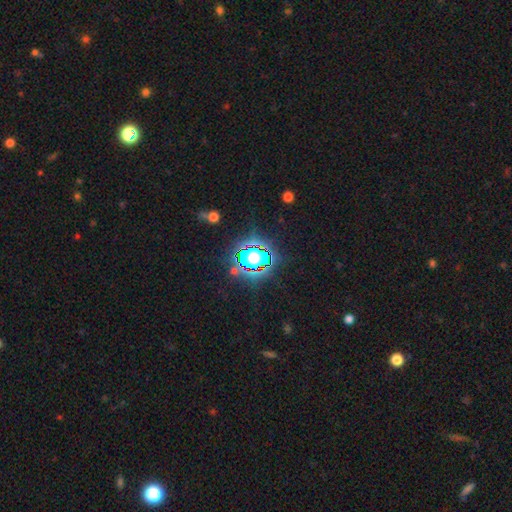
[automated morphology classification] Smooth or featured? star or artifact (81%)